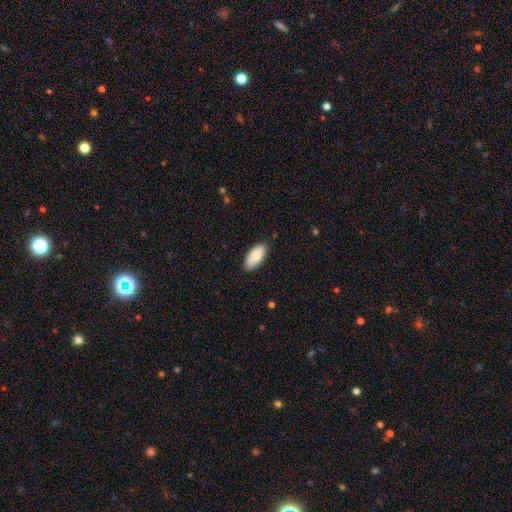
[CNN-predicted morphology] smooth-or-featured: smooth: 82% | featured or disk: 12% | star or artifact: 6%
  how-rounded: in between: 91% | cigar-shaped: 7% | round: 2%
  merging: none: 83% | minor disturbance: 14% | major disturbance: 2% | merger: 1%